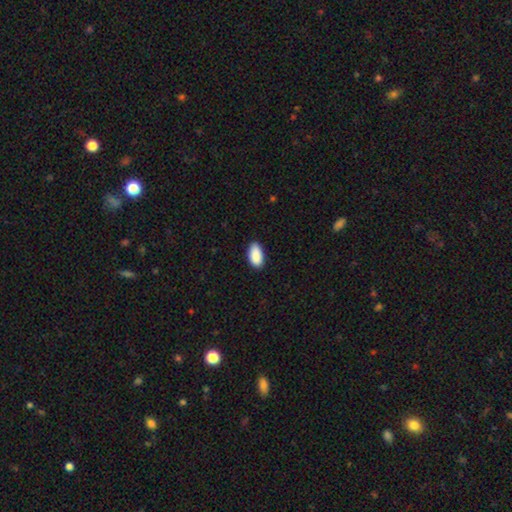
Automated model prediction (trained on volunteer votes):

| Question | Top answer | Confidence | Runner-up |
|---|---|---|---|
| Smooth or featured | smooth | 91% | star or artifact (6%) |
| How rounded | in between | 95% | cigar-shaped (3%) |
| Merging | none | 85% | minor disturbance (12%) |